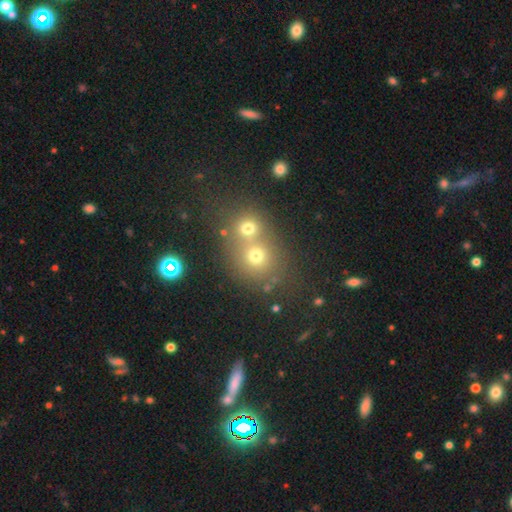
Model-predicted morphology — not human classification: A smooth galaxy with no disk features (66%) that is round (79%). Merging: merger (49%).